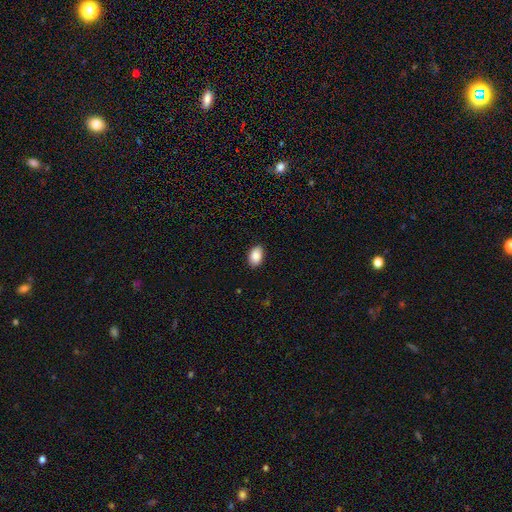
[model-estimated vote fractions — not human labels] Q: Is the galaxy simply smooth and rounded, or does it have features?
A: smooth — 89%.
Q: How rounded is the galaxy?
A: in between — 90%.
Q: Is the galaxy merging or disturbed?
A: none — 87%.